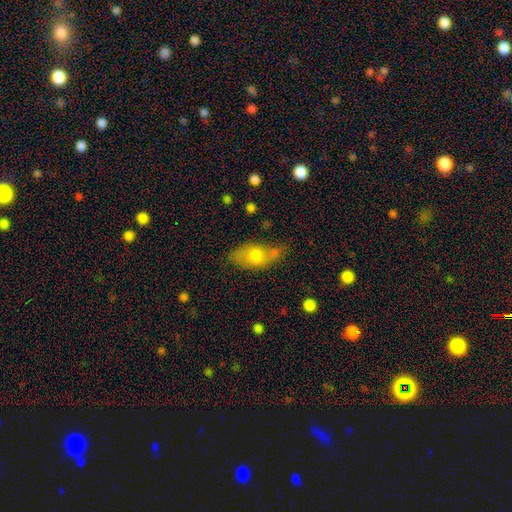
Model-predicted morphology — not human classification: Smooth or featured: smooth — 68% (featured or disk — 24%)
How rounded: in between — 85% (round — 8%)
Merging: none — 47% (minor disturbance — 29%)